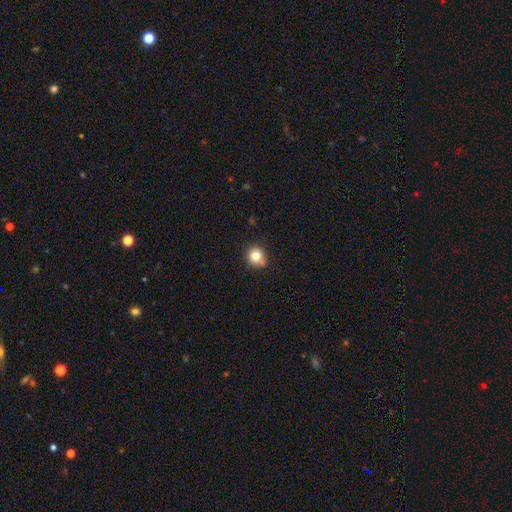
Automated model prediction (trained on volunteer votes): A smooth galaxy with no disk features (79%) that is round (83%).

Vote fractions:
- Smooth or featured? smooth: 79% / star or artifact: 12% / featured or disk: 10%
- How rounded? round: 83% / in between: 16% / cigar-shaped: 1%
- Merging? none: 70% / minor disturbance: 22% / major disturbance: 4% / merger: 3%